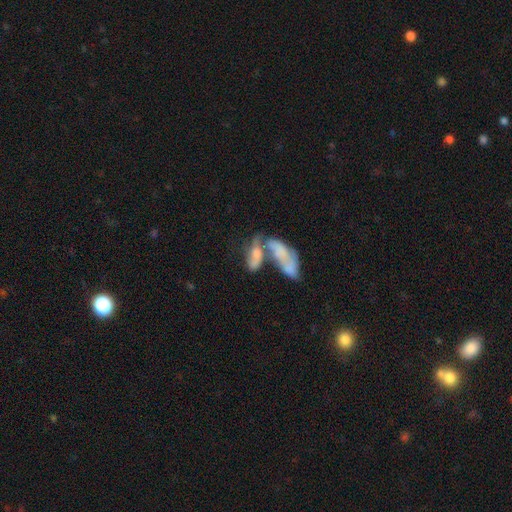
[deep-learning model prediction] smooth_or_featured: smooth (p=0.55) [alt: featured or disk p=0.36]
how_rounded: in between (p=0.77) [alt: cigar-shaped p=0.18]
merging: merger (p=0.68) [alt: none p=0.15]